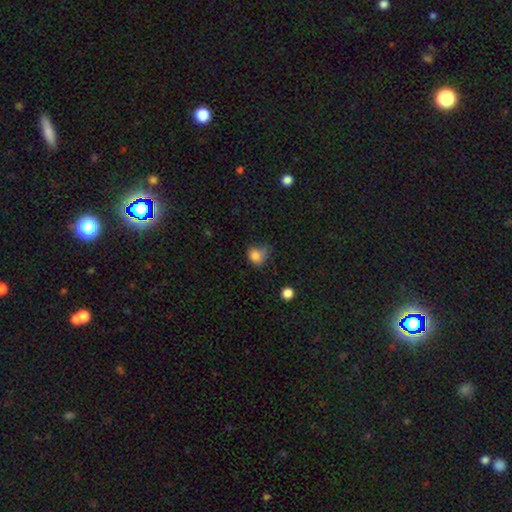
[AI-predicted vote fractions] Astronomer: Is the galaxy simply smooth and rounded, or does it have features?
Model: smooth — 82%.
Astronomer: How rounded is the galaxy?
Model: round — 67%.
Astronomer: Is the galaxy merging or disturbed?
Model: minor disturbance — 39% (runner-up: none, 38%).